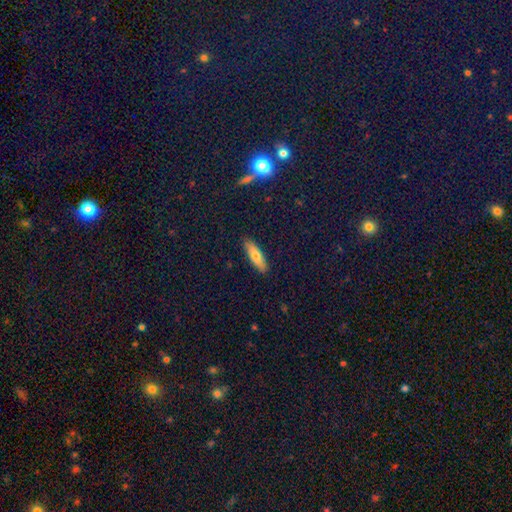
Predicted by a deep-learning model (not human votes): Smooth or featured? smooth (70%)
How rounded? cigar-shaped (49%, tied with in between)
Merging? none (89%)